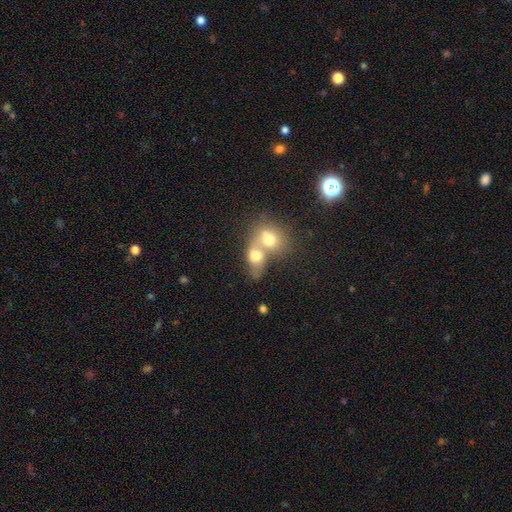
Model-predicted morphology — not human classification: Q: Smooth or featured?
A: smooth (67%); runner-up: featured or disk (23%)
Q: How rounded?
A: in between (54%); runner-up: round (44%)
Q: Merging?
A: merger (76%); runner-up: none (15%)